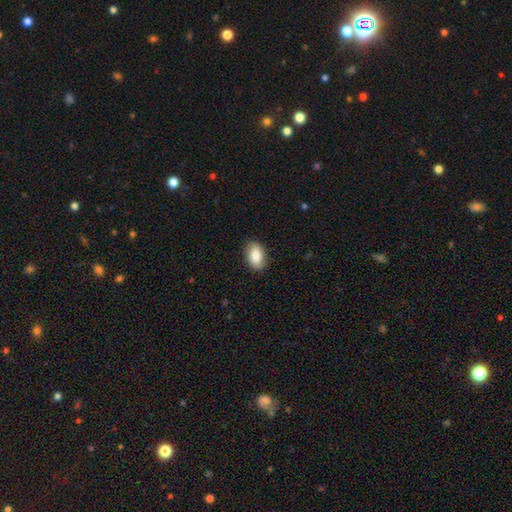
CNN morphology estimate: A smooth galaxy with no disk features (84%) that is in between round and cigar-shaped (90%). Merging: none (87%).